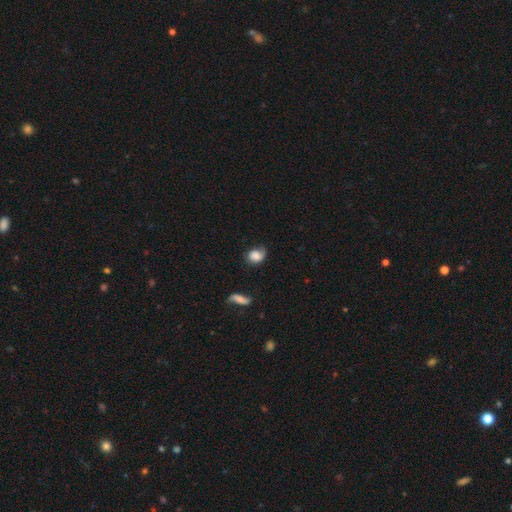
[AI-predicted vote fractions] A smooth galaxy with no disk features (73%) that is in between round and cigar-shaped (53%). Merging: none (46%).